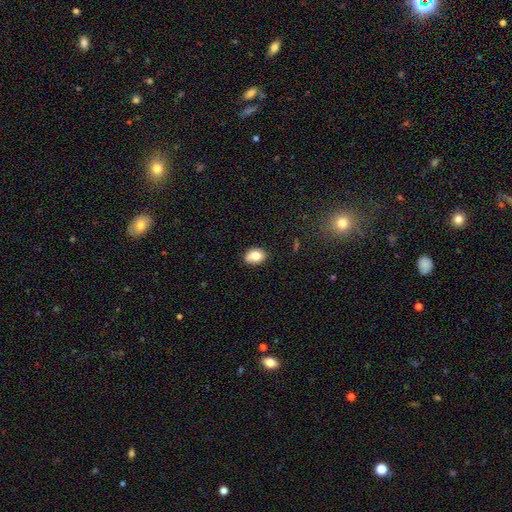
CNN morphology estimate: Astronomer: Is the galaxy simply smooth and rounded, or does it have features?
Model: smooth — 79%.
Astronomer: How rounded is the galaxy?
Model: in between — 72%.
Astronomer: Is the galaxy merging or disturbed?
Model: none — 74%.